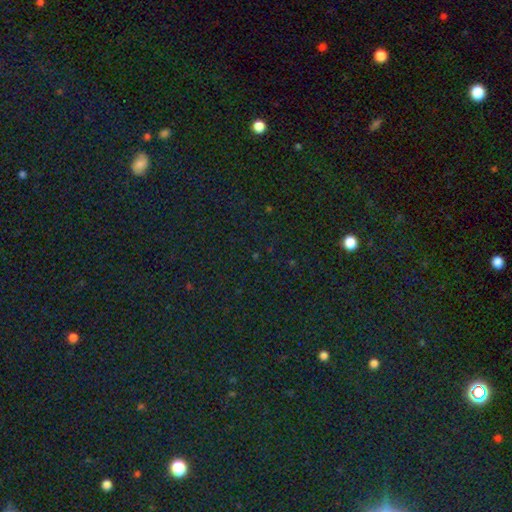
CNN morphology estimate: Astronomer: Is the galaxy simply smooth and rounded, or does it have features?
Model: star or artifact — 81%.